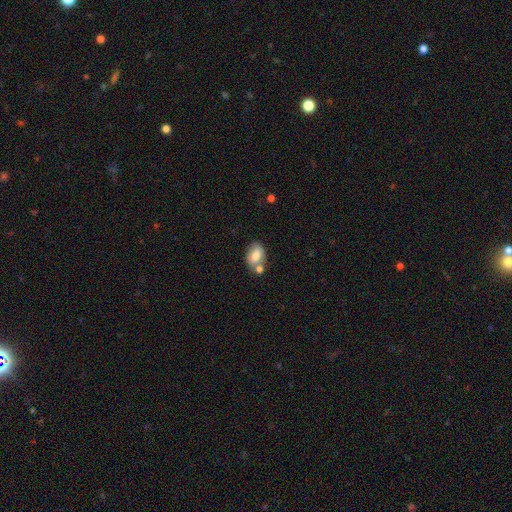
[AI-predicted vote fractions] smooth-or-featured: smooth: 73% | featured or disk: 19% | star or artifact: 8%
  how-rounded: in between: 83% | round: 15% | cigar-shaped: 1%
  merging: none: 51% | merger: 29% | minor disturbance: 16% | major disturbance: 5%